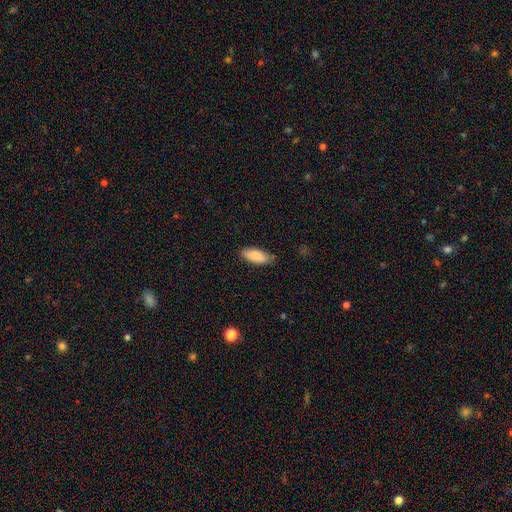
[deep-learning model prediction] Smooth or featured? smooth (88%)
How rounded? in between (83%)
Merging? none (80%)